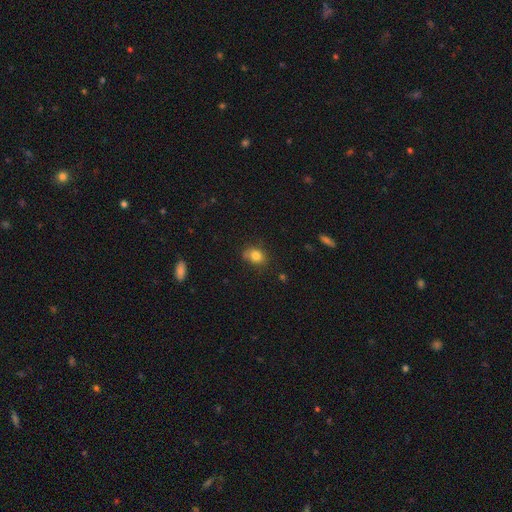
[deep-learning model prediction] smooth_or_featured: smooth (p=0.82) [alt: star or artifact p=0.11]
how_rounded: in between (p=0.53) [alt: round p=0.46]
merging: none (p=0.69) [alt: minor disturbance p=0.23]